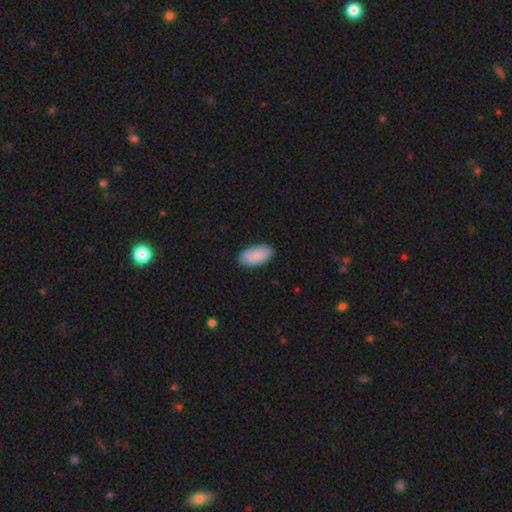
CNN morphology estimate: smooth-or-featured: smooth: 89% | star or artifact: 6% | featured or disk: 6%
  how-rounded: in between: 95% | cigar-shaped: 3% | round: 2%
  merging: none: 86% | minor disturbance: 11% | major disturbance: 2% | merger: 1%